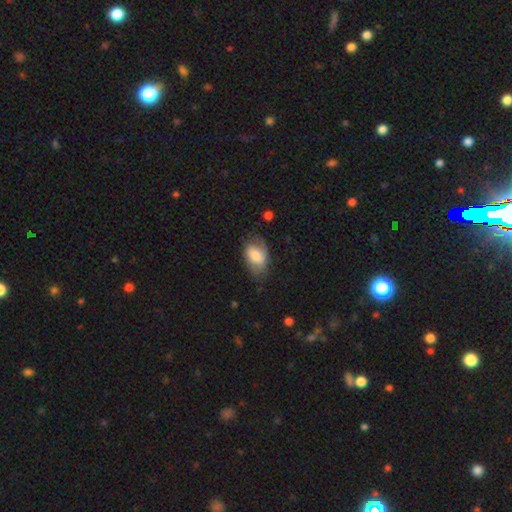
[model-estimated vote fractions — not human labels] Smooth or featured? smooth (67%)
How rounded? in between (88%)
Merging? none (58%)